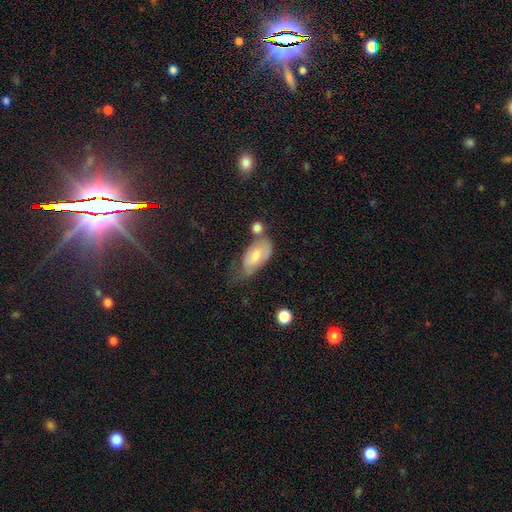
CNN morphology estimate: A smooth galaxy with no disk features (64%) that is in between round and cigar-shaped (91%). Merging: minor disturbance (31%).